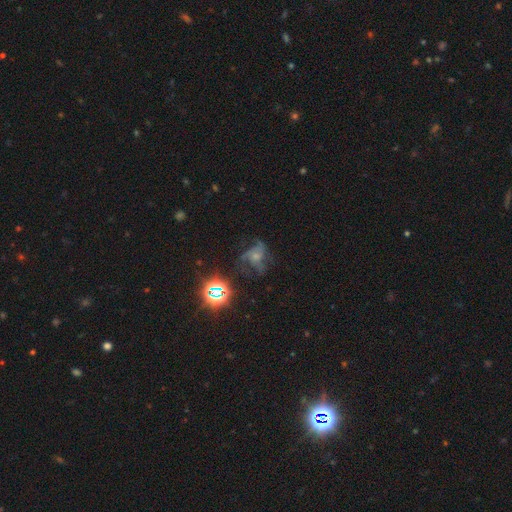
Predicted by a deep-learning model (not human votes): Smooth or featured: featured or disk — 55% (star or artifact — 25%)
Edge-on disk: no — 97% (yes — 3%)
Bar: no — 82% (weak — 15%)
Spiral arms: yes — 73% (no — 27%)
Bulge size: small — 43% (moderate — 30%)
Merging: none — 40% (major disturbance — 36%)